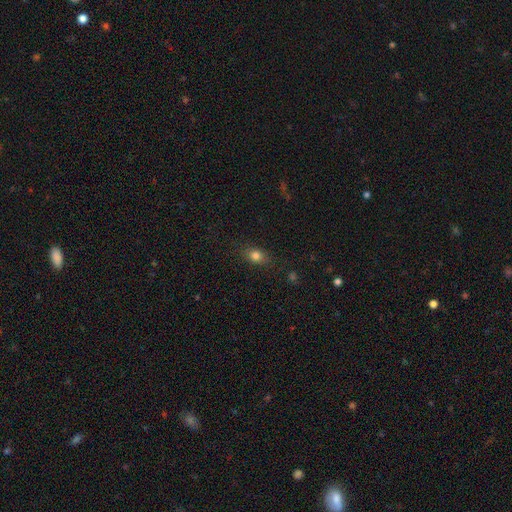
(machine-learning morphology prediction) smooth 79%, star or artifact 12%, featured or disk 8%. Down the decision tree: how rounded — in between (62%); merging — none (83%).